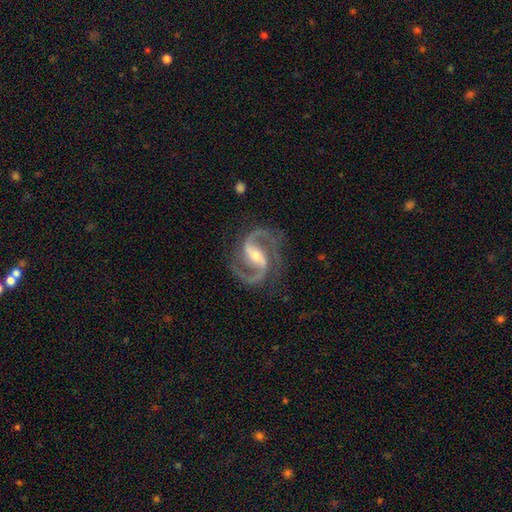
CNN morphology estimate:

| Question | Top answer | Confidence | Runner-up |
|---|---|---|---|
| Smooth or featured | featured or disk | 94% | star or artifact (4%) |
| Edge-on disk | no | 98% | yes (2%) |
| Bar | strong | 46% | weak (36%) |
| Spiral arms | yes | 99% | no (1%) |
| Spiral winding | medium | 68% | loose (17%) |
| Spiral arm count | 2 | 94% | 3 (2%) |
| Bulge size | moderate | 50% | small (46%) |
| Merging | none | 81% | minor disturbance (13%) |